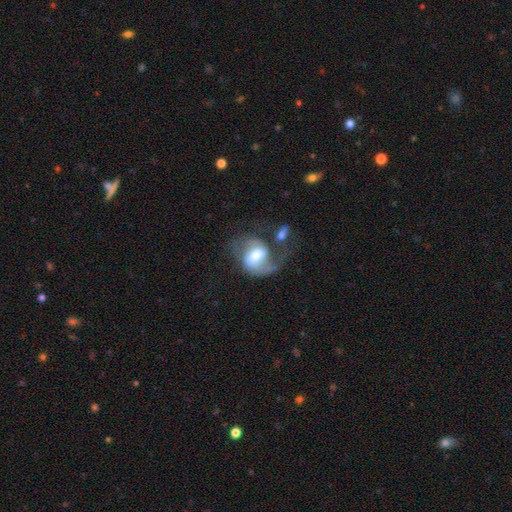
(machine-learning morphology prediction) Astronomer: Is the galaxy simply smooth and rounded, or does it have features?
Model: featured or disk — 69%.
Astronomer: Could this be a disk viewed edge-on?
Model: no — 97%.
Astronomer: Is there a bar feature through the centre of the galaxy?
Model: weak — 52% (runner-up: no, 27%).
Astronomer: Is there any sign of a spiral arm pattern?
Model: yes — 88%.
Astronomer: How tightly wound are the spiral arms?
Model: medium — 44% (runner-up: loose, 41%).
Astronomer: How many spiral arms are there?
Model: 2 — 69%.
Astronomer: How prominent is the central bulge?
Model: moderate — 56%.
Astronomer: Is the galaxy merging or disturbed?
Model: none — 36% (runner-up: major disturbance, 29%).